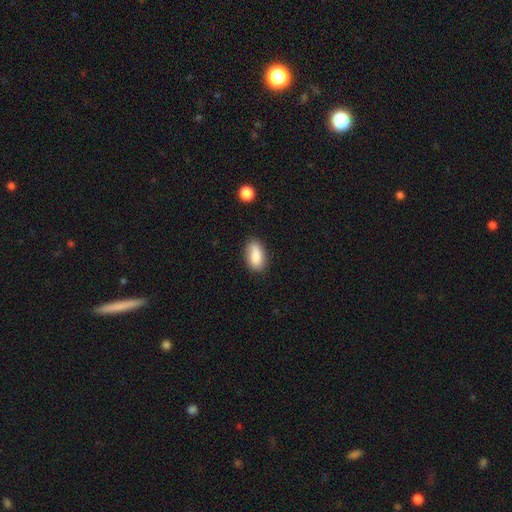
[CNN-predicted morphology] The model was most divided on "merging": none: 80%, minor disturbance: 15%, major disturbance: 3%, merger: 2%. More confident: how rounded — in between (90%); smooth or featured — smooth (85%).